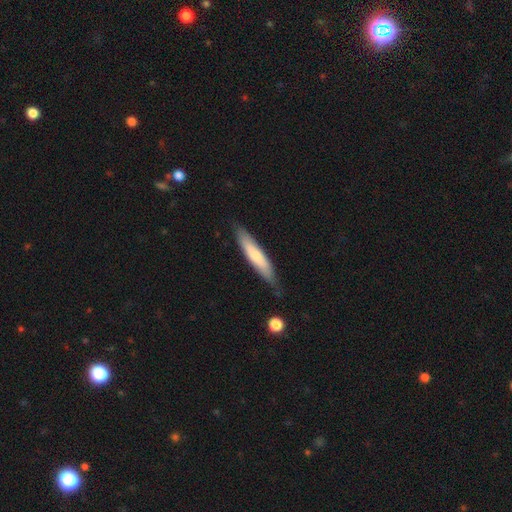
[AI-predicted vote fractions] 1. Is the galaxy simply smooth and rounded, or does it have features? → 65% smooth, 30% featured or disk, 5% star or artifact.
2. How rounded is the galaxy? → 85% cigar-shaped, 14% in between, 1% round.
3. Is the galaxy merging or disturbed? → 78% none, 17% minor disturbance, 3% major disturbance, 2% merger.